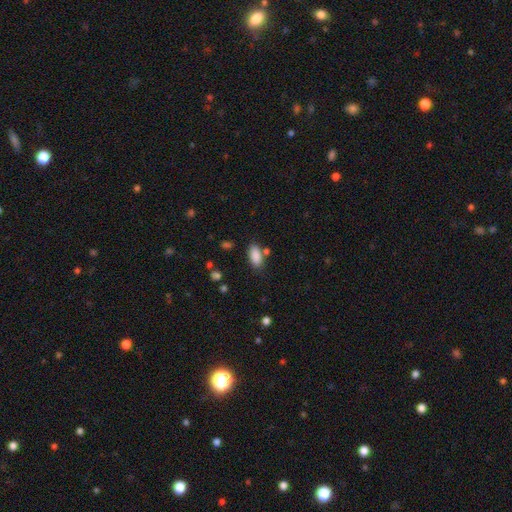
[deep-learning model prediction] Morphology: type=smooth (88%); roundness=in between (89%); merging=none (75%).